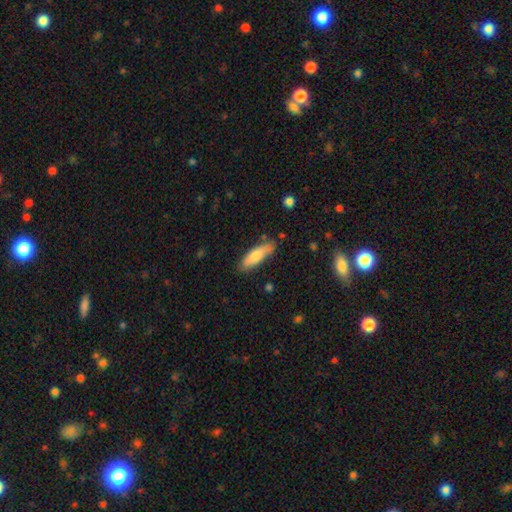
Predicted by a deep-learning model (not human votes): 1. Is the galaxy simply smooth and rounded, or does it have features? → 71% smooth, 23% featured or disk, 6% star or artifact.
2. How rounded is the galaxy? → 57% cigar-shaped, 41% in between, 2% round.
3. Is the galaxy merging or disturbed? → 76% none, 18% minor disturbance, 3% major disturbance, 3% merger.